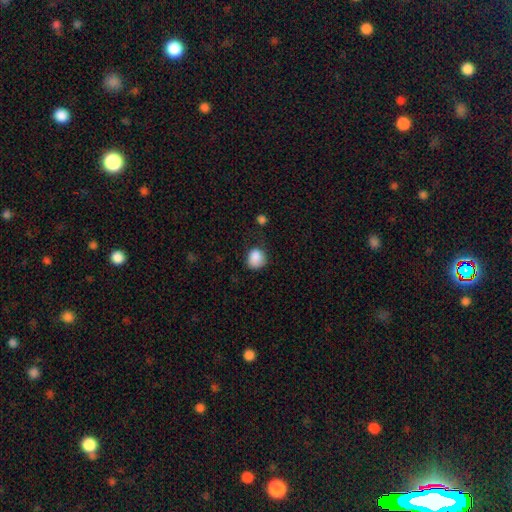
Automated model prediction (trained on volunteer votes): smooth_or_featured: smooth (p=0.87) [alt: star or artifact p=0.09]
how_rounded: round (p=0.75) [alt: in between p=0.24]
merging: none (p=0.62) [alt: minor disturbance p=0.27]